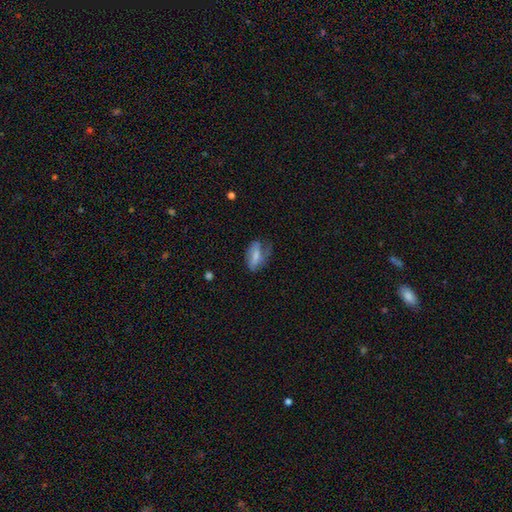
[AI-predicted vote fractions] A smooth galaxy with no disk features (57%) that is in between round and cigar-shaped (81%).

Vote fractions:
- Smooth or featured? smooth: 57% / featured or disk: 36% / star or artifact: 8%
- How rounded? in between: 81% / cigar-shaped: 13% / round: 5%
- Merging? none: 43% / minor disturbance: 32% / major disturbance: 23% / merger: 2%